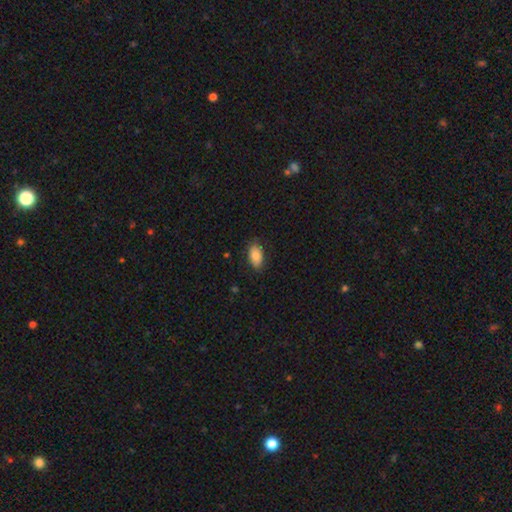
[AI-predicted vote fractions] This appears to be a smooth galaxy with no disk features (85%) that is in between round and cigar-shaped (93%). Merging: none (80%).